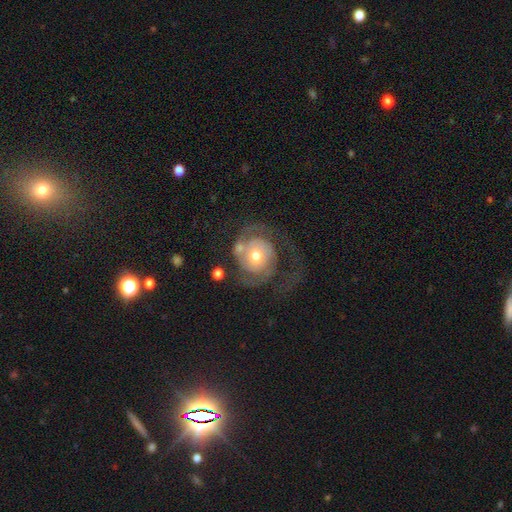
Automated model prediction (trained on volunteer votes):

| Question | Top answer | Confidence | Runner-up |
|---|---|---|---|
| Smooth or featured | featured or disk | 75% | smooth (19%) |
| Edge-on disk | no | 98% | yes (2%) |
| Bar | no | 77% | weak (19%) |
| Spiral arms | yes | 90% | no (10%) |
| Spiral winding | tight | 41% | medium (37%) |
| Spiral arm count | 2 | 66% | 1 (16%) |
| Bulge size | moderate | 66% | small (24%) |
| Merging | none | 45% | major disturbance (31%) |